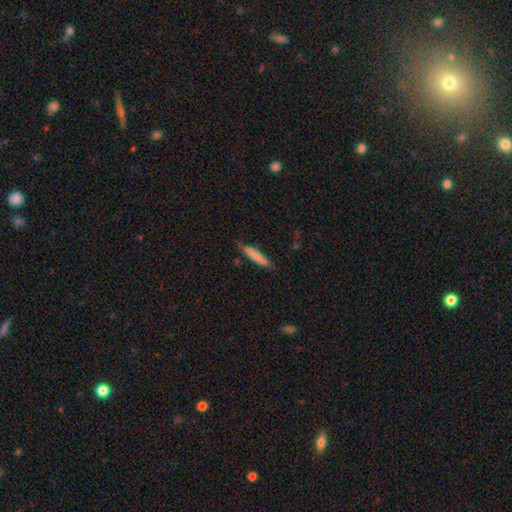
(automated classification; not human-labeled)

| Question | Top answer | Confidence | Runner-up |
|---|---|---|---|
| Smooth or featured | smooth | 77% | featured or disk (17%) |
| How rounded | cigar-shaped | 90% | in between (9%) |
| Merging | none | 78% | minor disturbance (17%) |